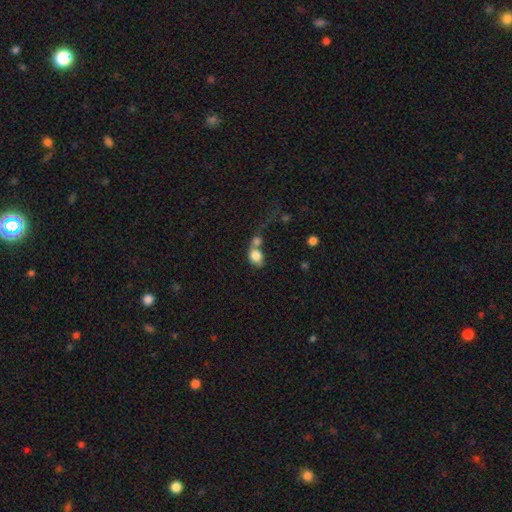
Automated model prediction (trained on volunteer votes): A smooth galaxy with no disk features (79%) that is in between round and cigar-shaped (65%).

Vote fractions:
- Smooth or featured? smooth: 79% / featured or disk: 13% / star or artifact: 8%
- How rounded? in between: 65% / round: 34% / cigar-shaped: 2%
- Merging? merger: 60% / none: 21% / major disturbance: 10% / minor disturbance: 9%